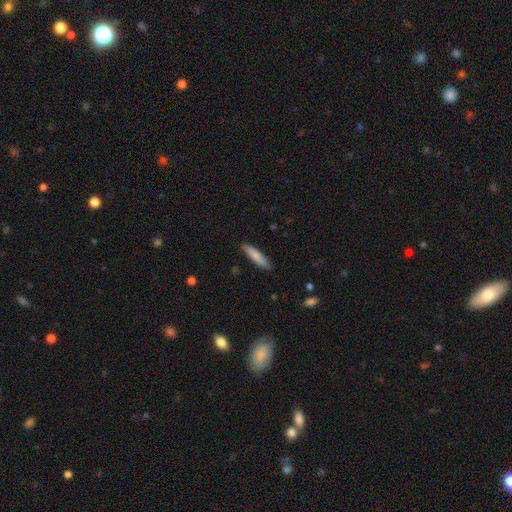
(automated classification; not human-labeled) Q: Smooth or featured?
A: smooth (78%); runner-up: featured or disk (16%)
Q: How rounded?
A: cigar-shaped (82%); runner-up: in between (17%)
Q: Merging?
A: none (88%); runner-up: minor disturbance (10%)